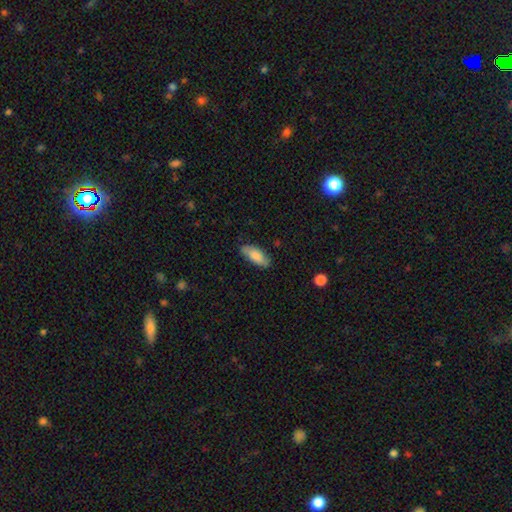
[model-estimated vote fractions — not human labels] A smooth galaxy with no disk features (80%) that is in between round and cigar-shaped (83%). Merging: none (80%).